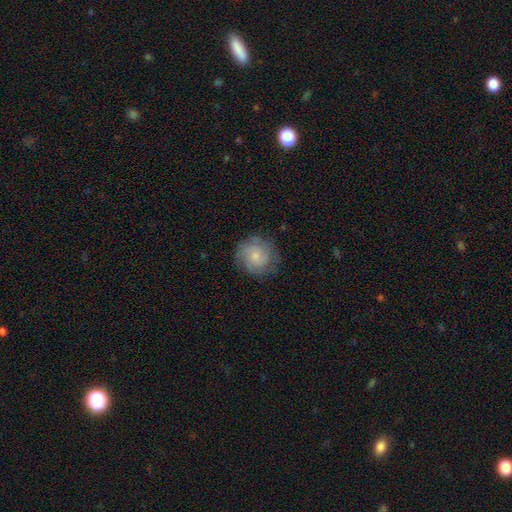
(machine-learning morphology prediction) A smooth galaxy with no disk features (55%) that is round (89%). Merging: none (77%).